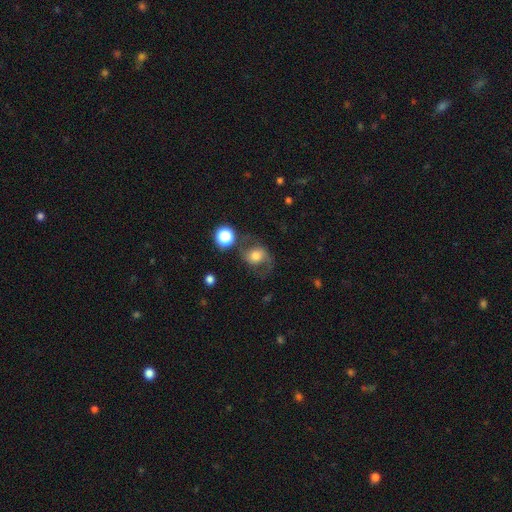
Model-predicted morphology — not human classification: The model was most divided on "smooth or featured": featured or disk: 45%, smooth: 44%, star or artifact: 12%. More confident: merging — none (50%).